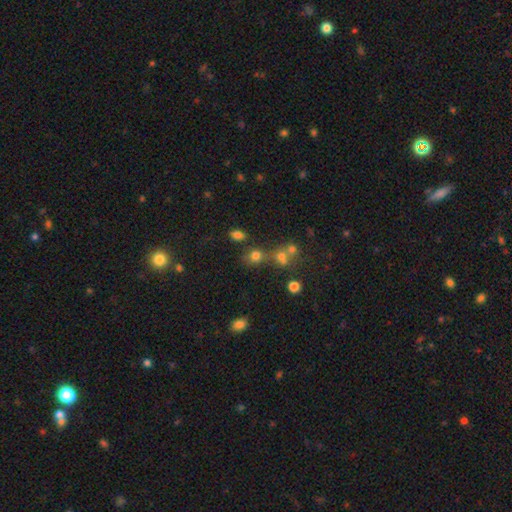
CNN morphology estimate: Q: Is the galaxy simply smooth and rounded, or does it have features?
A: smooth — 70%.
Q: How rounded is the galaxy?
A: round — 68%.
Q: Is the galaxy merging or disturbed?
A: none — 54%.